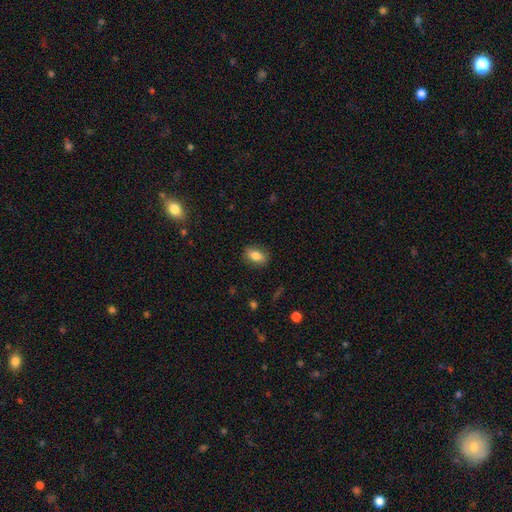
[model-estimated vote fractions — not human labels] Morphology: type=smooth (81%); roundness=in between (83%); merging=none (84%).